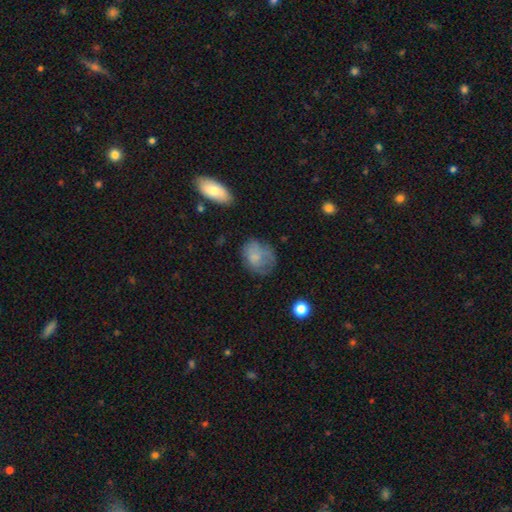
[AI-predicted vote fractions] Morphology: type=smooth (68%); roundness=in between (50%); merging=none (51%).